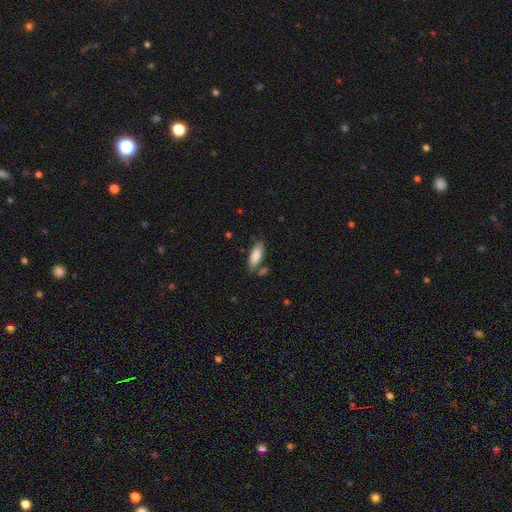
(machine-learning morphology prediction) Smooth or featured? smooth (84%)
How rounded? in between (72%)
Merging? none (69%)